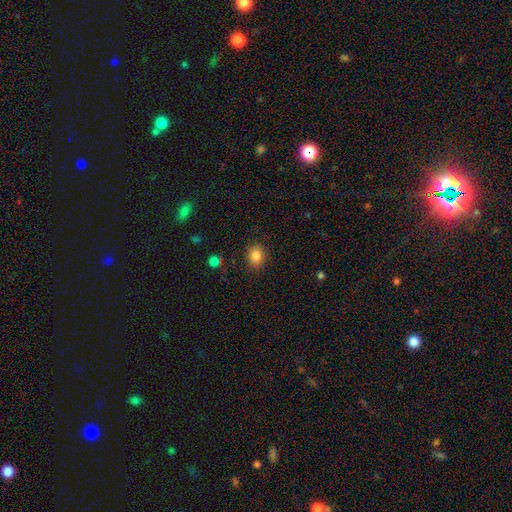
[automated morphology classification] Smooth or featured?
  - smooth: 85% *
  - star or artifact: 10%
  - featured or disk: 5%
How rounded?
  - round: 50% *
  - in between: 49%
  - cigar-shaped: 1%
Merging?
  - none: 86% *
  - minor disturbance: 10%
  - major disturbance: 3%
  - merger: 1%